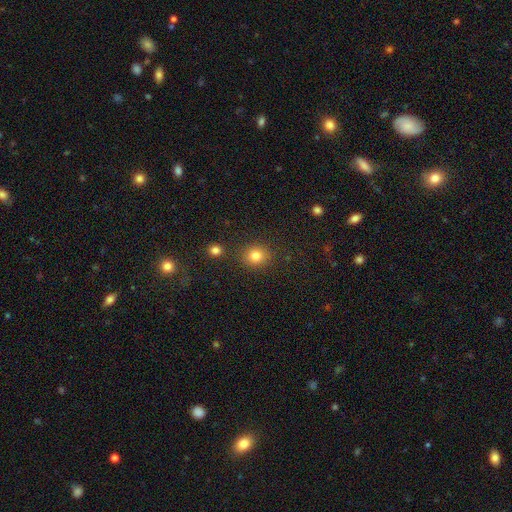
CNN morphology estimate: Smooth or featured: smooth — 82% (star or artifact — 12%)
How rounded: round — 78% (in between — 21%)
Merging: none — 85% (minor disturbance — 8%)